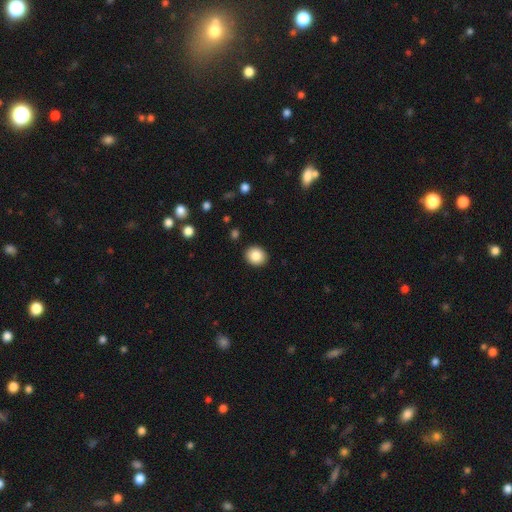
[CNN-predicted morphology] Smooth or featured? Predicted: smooth (p=0.86). How rounded? Predicted: round (p=0.72). Merging? Predicted: none (p=0.91).